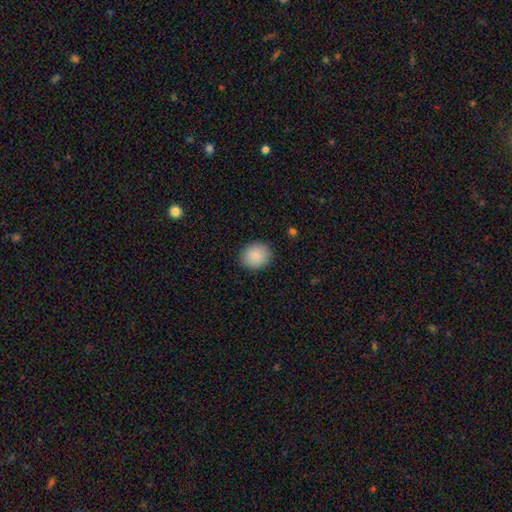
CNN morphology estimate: This is clearly a smooth galaxy (86%). How rounded: likely round (71%). Merging: clearly none (89%).